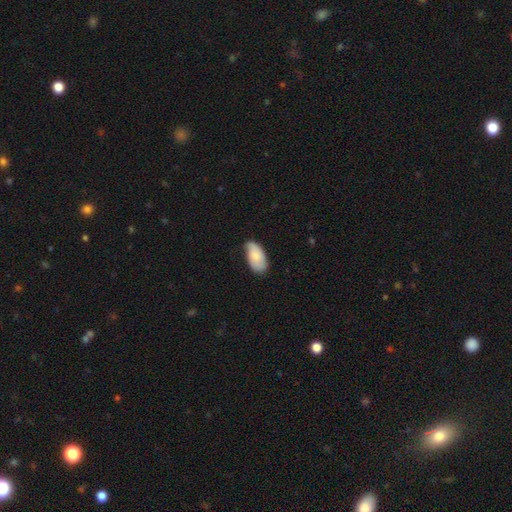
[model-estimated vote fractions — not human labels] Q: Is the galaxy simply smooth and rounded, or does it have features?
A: smooth — 76%.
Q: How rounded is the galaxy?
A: in between — 95%.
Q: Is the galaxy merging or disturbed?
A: none — 63%.